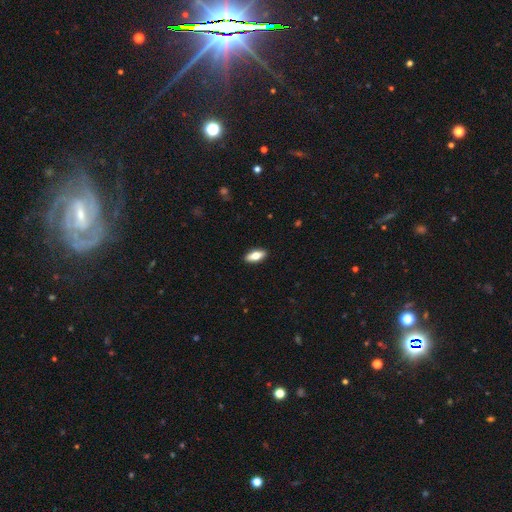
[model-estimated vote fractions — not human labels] This appears to be a smooth galaxy with no disk features (69%) that is in between round and cigar-shaped (77%). Merging: none (90%).